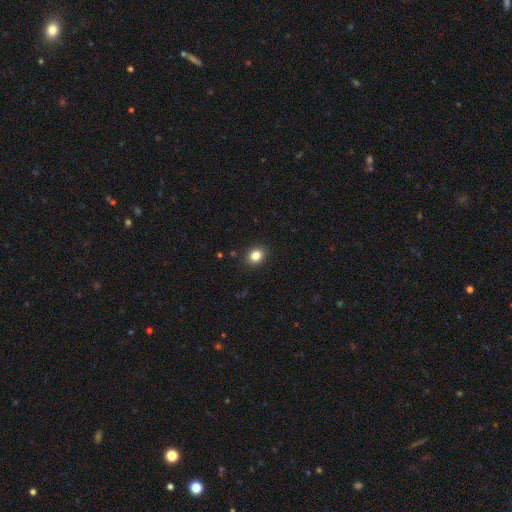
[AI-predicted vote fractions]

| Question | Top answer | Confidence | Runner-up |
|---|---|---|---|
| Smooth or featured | smooth | 82% | star or artifact (11%) |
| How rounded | round | 64% | in between (35%) |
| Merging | none | 90% | minor disturbance (7%) |